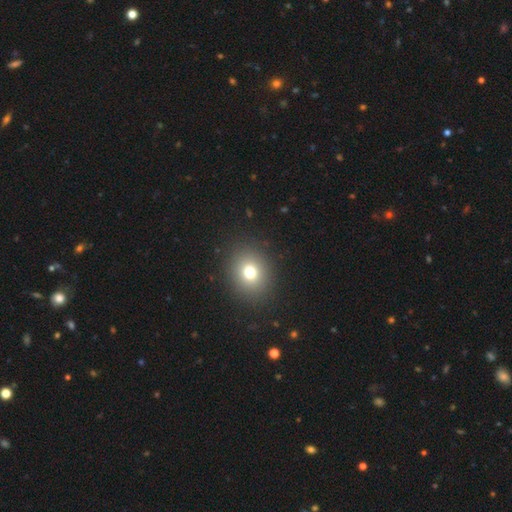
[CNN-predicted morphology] Q: Smooth or featured?
A: smooth (67%); runner-up: star or artifact (26%)
Q: How rounded?
A: round (66%); runner-up: in between (32%)
Q: Merging?
A: none (91%); runner-up: minor disturbance (6%)